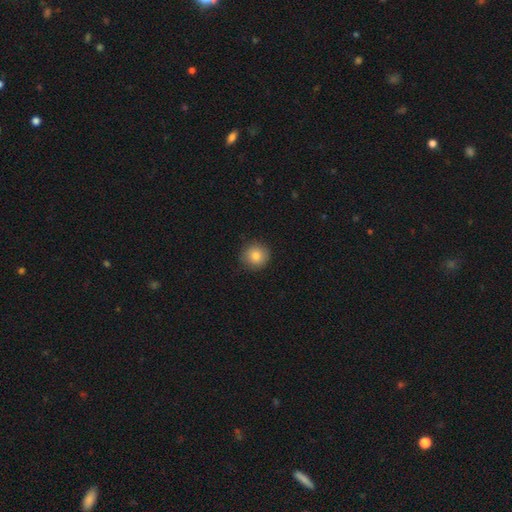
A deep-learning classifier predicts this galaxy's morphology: The model was most divided on "smooth or featured": smooth: 82%, star or artifact: 10%, featured or disk: 8%. More confident: how rounded — round (90%); merging — none (87%).